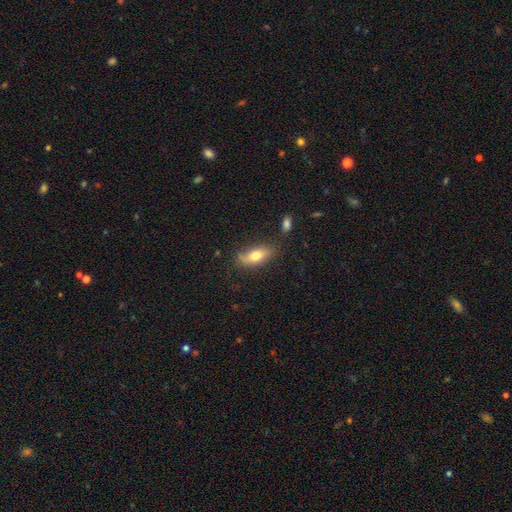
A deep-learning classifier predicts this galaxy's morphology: The model was most divided on "merging": none: 67%, minor disturbance: 23%, major disturbance: 6%, merger: 4%. More confident: how rounded — in between (78%); smooth or featured — smooth (69%).